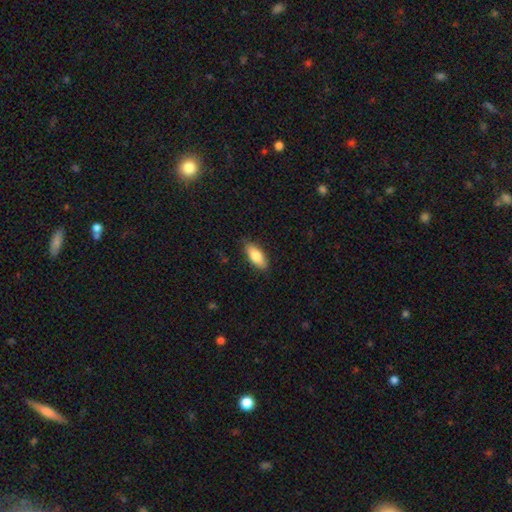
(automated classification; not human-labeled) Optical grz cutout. It shows a smooth galaxy with no disk features (80%) that is in between round and cigar-shaped (80%). Merging: none (84%).